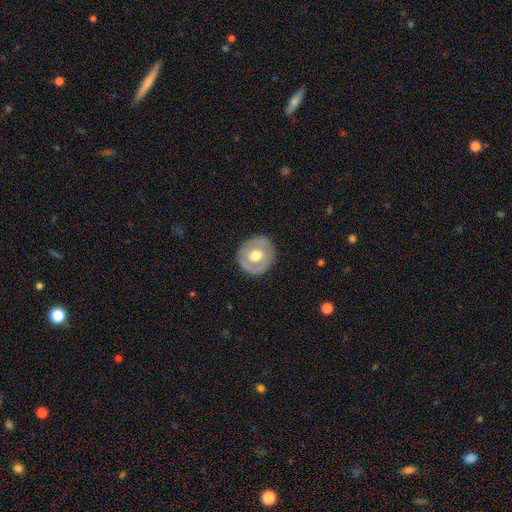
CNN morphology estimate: Smooth or featured? featured or disk (47%, tied with smooth)
Merging? none (85%)